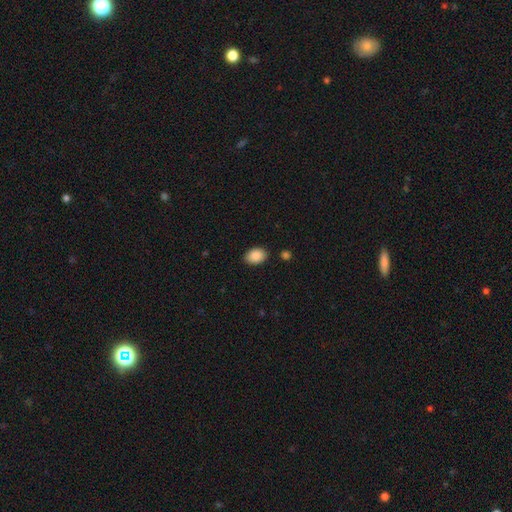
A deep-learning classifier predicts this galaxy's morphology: Smooth or featured?
  - smooth: 89% *
  - star or artifact: 7%
  - featured or disk: 4%
How rounded?
  - in between: 81% *
  - round: 18%
  - cigar-shaped: 1%
Merging?
  - none: 85% *
  - minor disturbance: 10%
  - major disturbance: 2%
  - merger: 2%